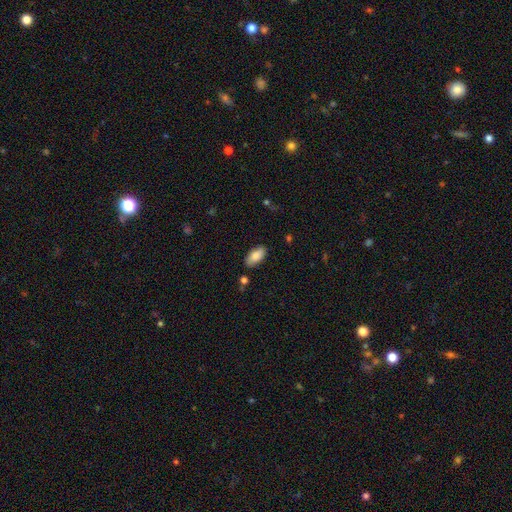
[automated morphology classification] smooth 82%, featured or disk 12%, star or artifact 7%. Down the decision tree: how rounded — in between (92%); merging — none (83%).